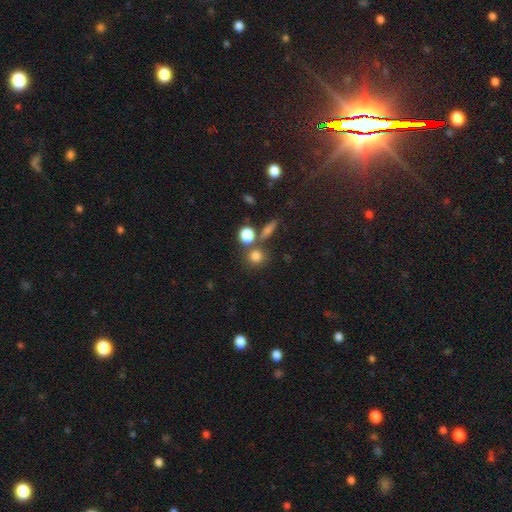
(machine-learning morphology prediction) type=smooth (78%); roundness=round (84%); merging=none (67%).